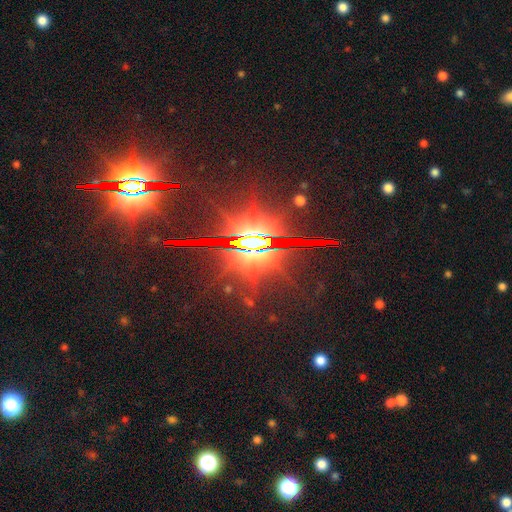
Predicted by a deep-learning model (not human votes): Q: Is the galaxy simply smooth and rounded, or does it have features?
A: star or artifact — 83%.